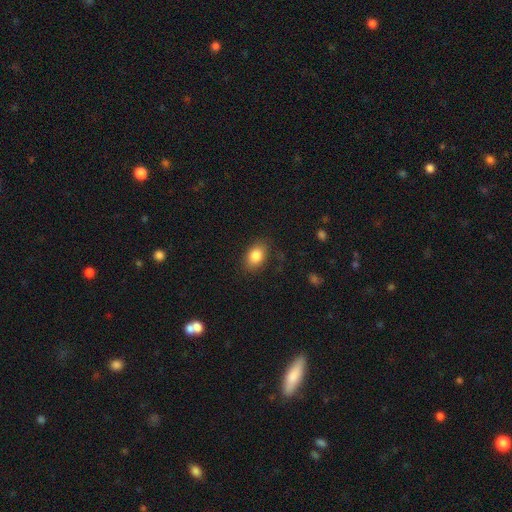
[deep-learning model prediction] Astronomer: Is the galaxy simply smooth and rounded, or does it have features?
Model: smooth — 84%.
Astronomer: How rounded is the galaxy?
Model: in between — 81%.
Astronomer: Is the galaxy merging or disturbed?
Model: none — 82%.